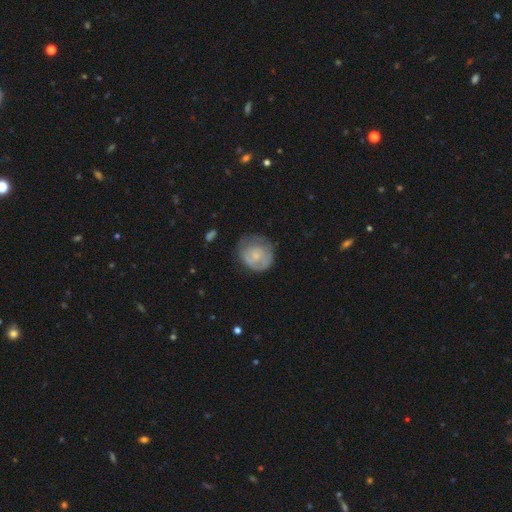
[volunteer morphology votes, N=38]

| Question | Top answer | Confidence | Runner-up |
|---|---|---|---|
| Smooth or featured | featured or disk | 47% | smooth (45%) |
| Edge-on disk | no | 100% | — |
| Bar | no | 83% | weak (17%) |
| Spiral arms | yes | 50% | tied: no (50%) |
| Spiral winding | tight | 44% | medium (33%) |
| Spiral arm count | can't tell | 67% | 1 (22%) |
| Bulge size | small | 78% | moderate (17%) |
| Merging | none | 54% | minor disturbance (23%) |